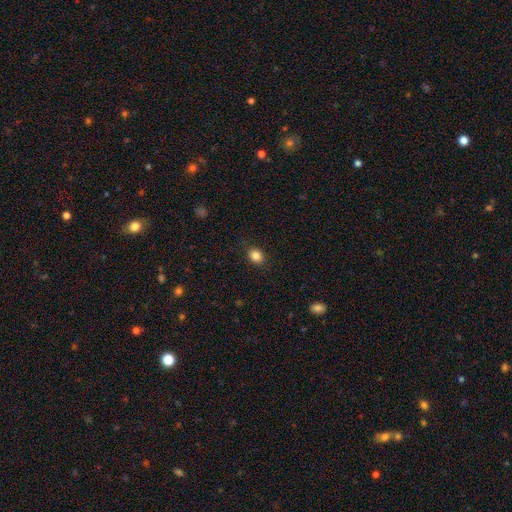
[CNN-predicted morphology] This appears to be a smooth galaxy with no disk features (85%) that is round (54%). Merging: none (87%).